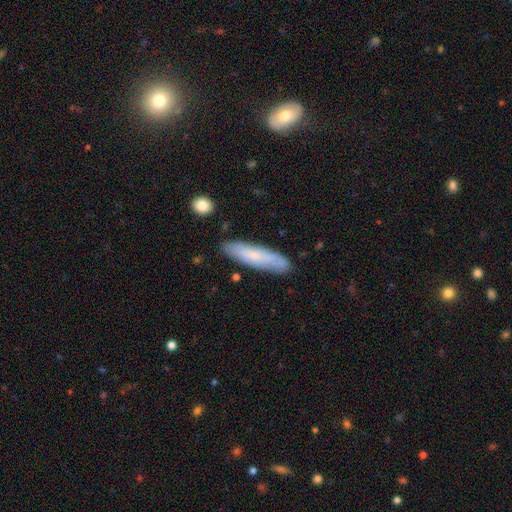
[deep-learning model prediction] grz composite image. It shows a smooth galaxy with no disk features (65%) that is cigar-shaped (77%). Merging: none (82%).